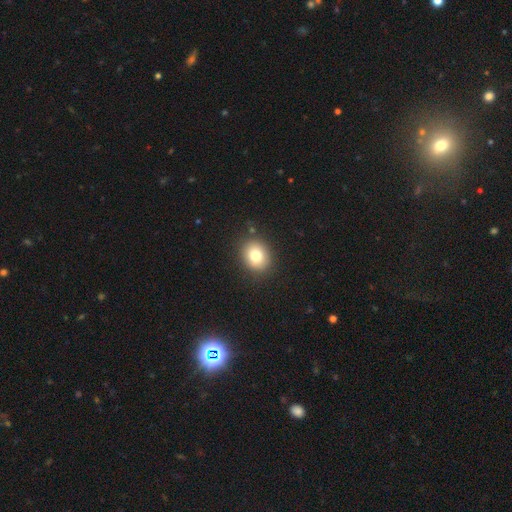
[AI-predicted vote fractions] Overall: smooth (79%). How rounded: round (61%; in between 38%). Merging: none (87%).